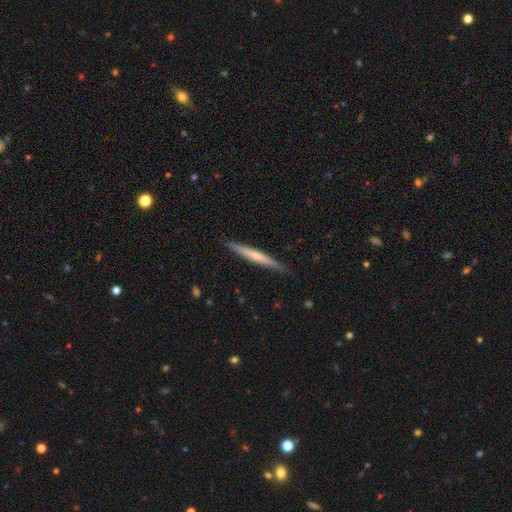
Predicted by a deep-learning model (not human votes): Smooth or featured: featured or disk — 48% (smooth — 47%)
Merging: none — 89% (minor disturbance — 9%)